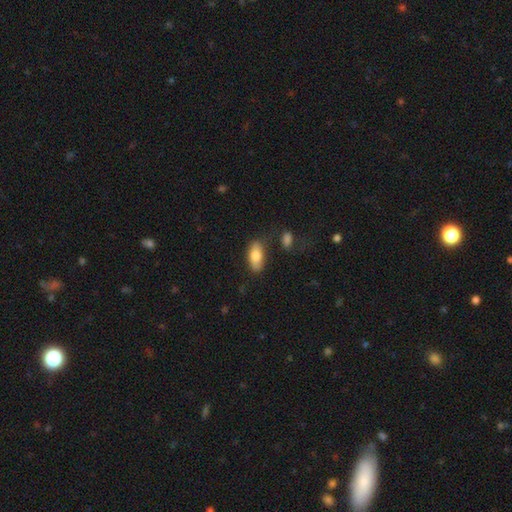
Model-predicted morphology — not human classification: Smooth or featured: smooth — 80% (featured or disk — 13%)
How rounded: in between — 86% (cigar-shaped — 12%)
Merging: none — 70% (minor disturbance — 19%)